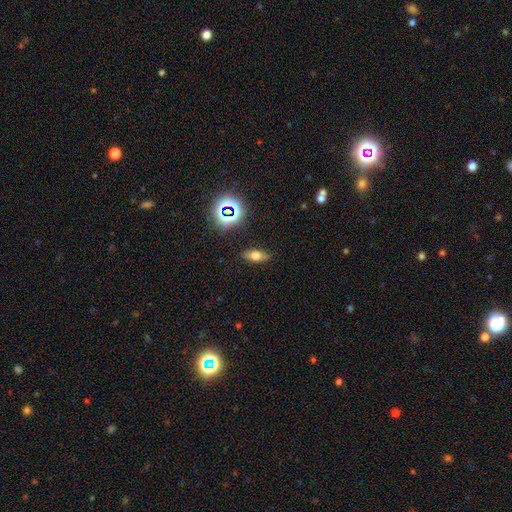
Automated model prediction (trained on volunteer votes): Smooth or featured?
  - smooth: 59% *
  - featured or disk: 24%
  - star or artifact: 17%
How rounded?
  - in between: 72% *
  - cigar-shaped: 19%
  - round: 9%
Merging?
  - none: 87% *
  - minor disturbance: 9%
  - major disturbance: 3%
  - merger: 2%